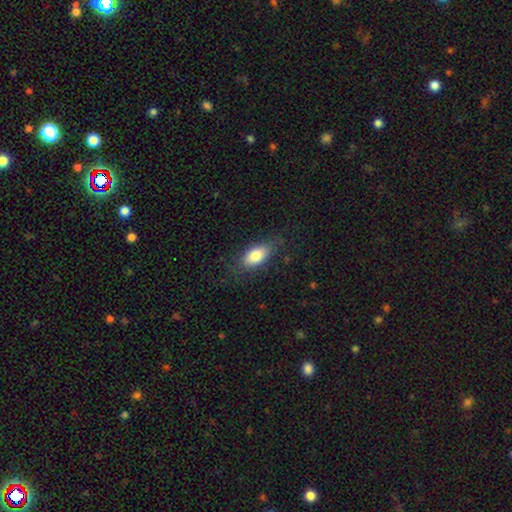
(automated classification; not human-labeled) smooth_or_featured: smooth (p=0.80) [alt: featured or disk p=0.13]
how_rounded: in between (p=0.88) [alt: cigar-shaped p=0.08]
merging: none (p=0.79) [alt: minor disturbance p=0.15]